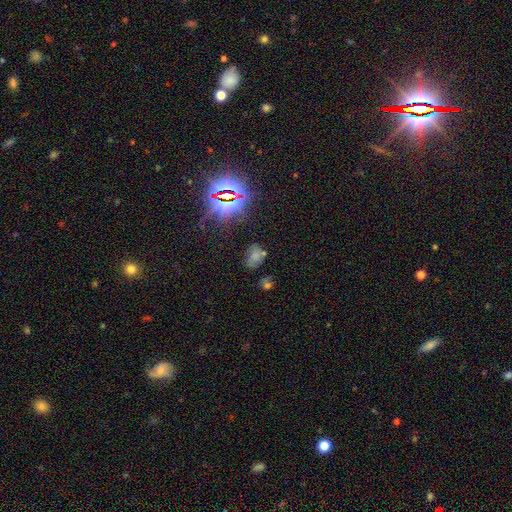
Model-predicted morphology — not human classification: Smooth or featured?
  - smooth: 48% *
  - star or artifact: 30%
  - featured or disk: 23%
Merging?
  - none: 56% *
  - minor disturbance: 23%
  - major disturbance: 11%
  - merger: 10%